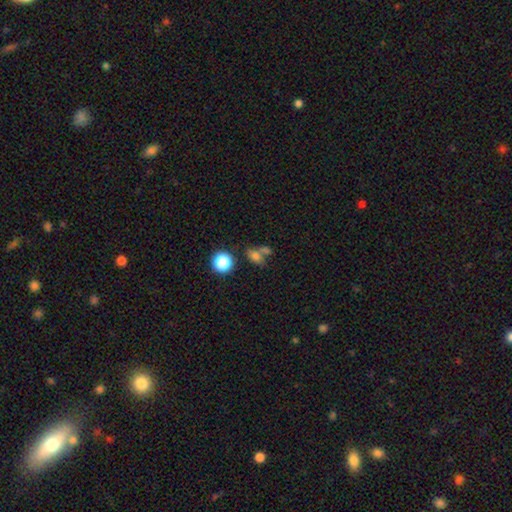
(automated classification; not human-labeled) Morphology: type=smooth (60%); roundness=round (55%); merging=none (49%).